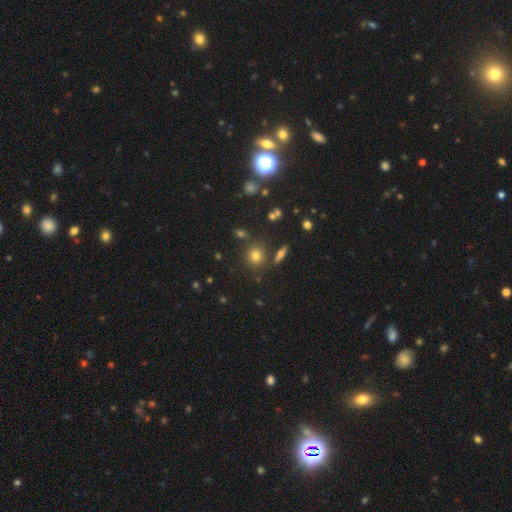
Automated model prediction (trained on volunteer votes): smooth-or-featured: smooth: 73% | star or artifact: 16% | featured or disk: 11%
  how-rounded: round: 80% | in between: 18% | cigar-shaped: 2%
  merging: none: 77% | minor disturbance: 10% | merger: 9% | major disturbance: 4%